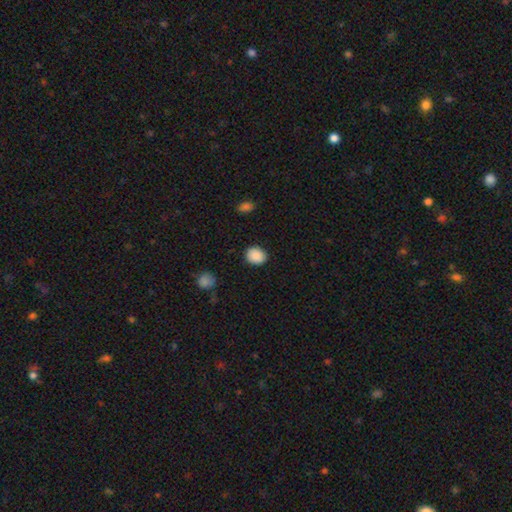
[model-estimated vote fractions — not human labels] The model was most divided on "how rounded": round: 57%, in between: 42%, cigar-shaped: 1%. More confident: smooth or featured — smooth (89%); merging — none (87%).